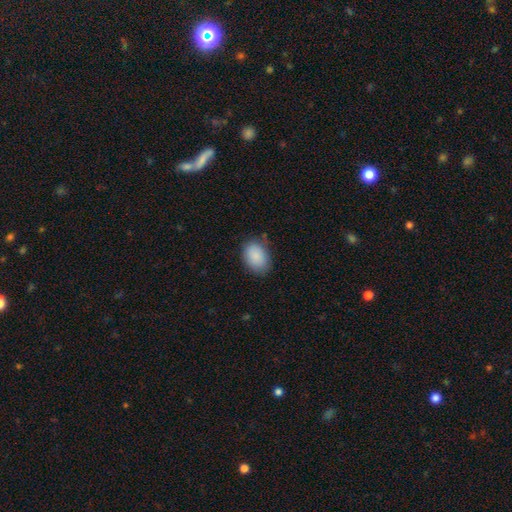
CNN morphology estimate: smooth_or_featured: smooth (p=0.88) [alt: star or artifact p=0.07]
how_rounded: in between (p=0.81) [alt: round p=0.18]
merging: none (p=0.79) [alt: minor disturbance p=0.17]